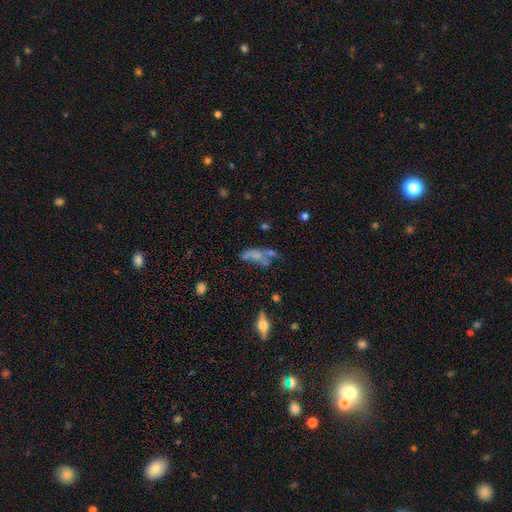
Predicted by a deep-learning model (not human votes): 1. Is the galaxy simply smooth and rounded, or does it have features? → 45% smooth, 39% featured or disk, 17% star or artifact.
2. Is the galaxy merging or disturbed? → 30% none, 25% merger, 25% major disturbance, 19% minor disturbance.